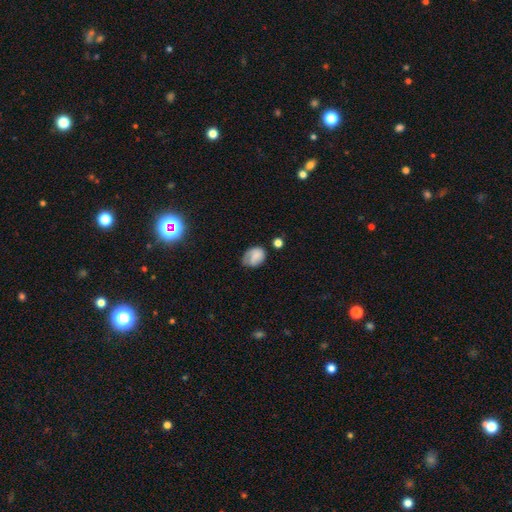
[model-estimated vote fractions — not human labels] Morphology: type=smooth (70%); roundness=in between (62%); merging=none (46%).